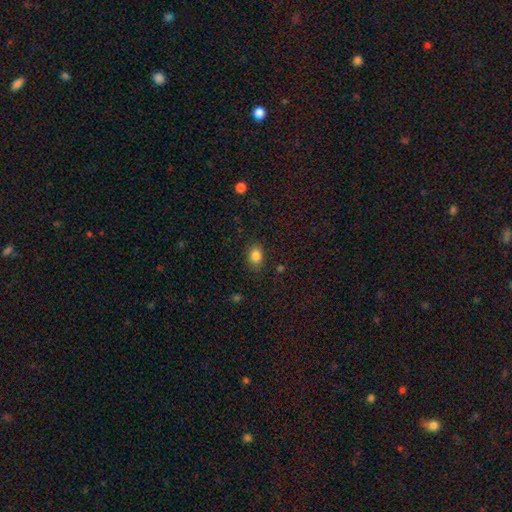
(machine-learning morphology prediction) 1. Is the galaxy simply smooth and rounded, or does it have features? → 85% smooth, 10% star or artifact, 5% featured or disk.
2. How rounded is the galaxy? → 66% in between, 33% round, 1% cigar-shaped.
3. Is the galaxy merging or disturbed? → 83% none, 13% minor disturbance, 3% major disturbance, 1% merger.